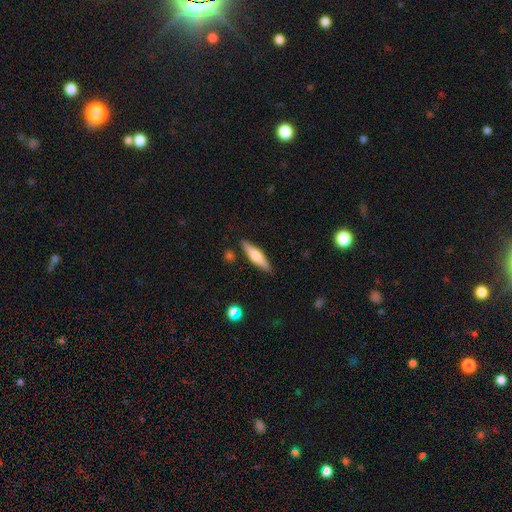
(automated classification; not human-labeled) smooth-or-featured: smooth: 50% | featured or disk: 44% | star or artifact: 6%
  merging: none: 88% | minor disturbance: 9% | major disturbance: 2% | merger: 2%